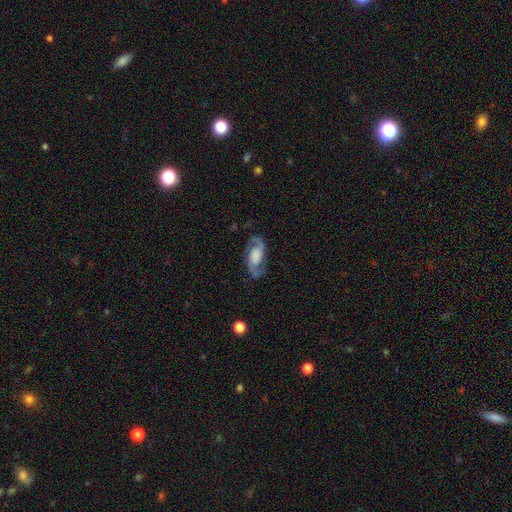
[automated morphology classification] smooth-or-featured: featured or disk: 84% | smooth: 10% | star or artifact: 6%
  disk-edge-on: no: 96% | yes: 4%
    bar: no: 54% | weak: 34% | strong: 12%
    has-spiral-arms: yes: 96% | no: 4%
      spiral-winding: medium: 53% | loose: 27% | tight: 20%
      spiral-arm-count: 2: 93% | can't tell: 2% | 1: 2% | 3: 1% | 4: 1% | more than 4: 1%
    bulge-size: large: 37% | none: 29% | moderate: 16% | small: 11% | dominant: 7%
  merging: none: 77% | minor disturbance: 15% | major disturbance: 7% | merger: 1%